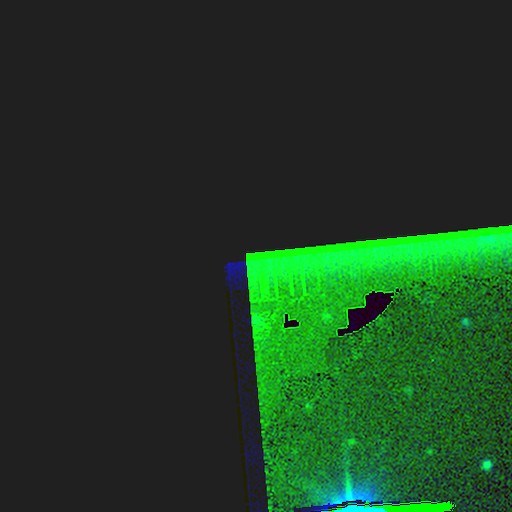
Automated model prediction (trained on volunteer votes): Smooth or featured? Predicted: star or artifact (p=0.87).